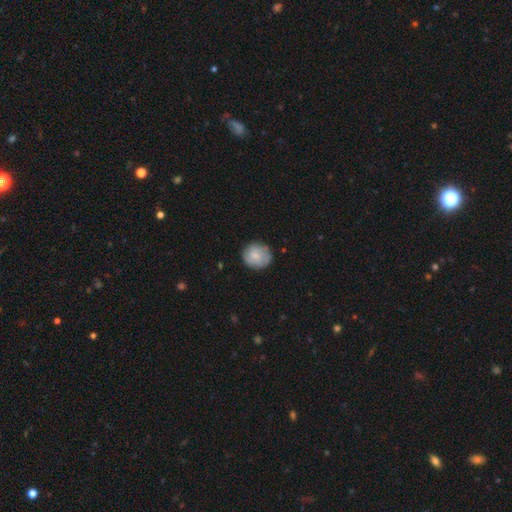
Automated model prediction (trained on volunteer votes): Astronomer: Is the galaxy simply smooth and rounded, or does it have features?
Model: smooth — 75%.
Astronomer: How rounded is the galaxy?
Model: round — 88%.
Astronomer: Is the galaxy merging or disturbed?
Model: none — 81%.